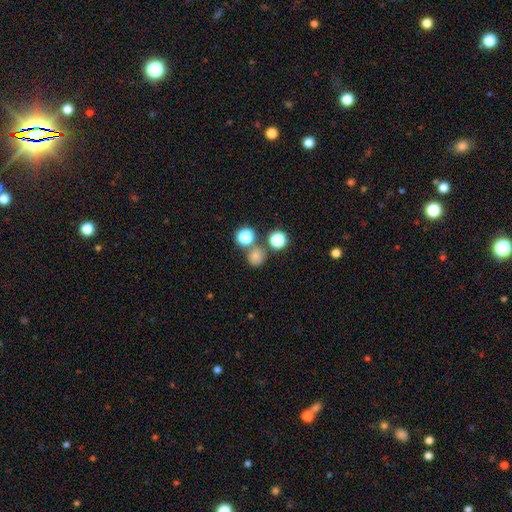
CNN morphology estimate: A smooth galaxy with no disk features (70%) that is round (83%).

Vote fractions:
- Smooth or featured? smooth: 70% / star or artifact: 21% / featured or disk: 9%
- How rounded? round: 83% / in between: 16% / cigar-shaped: 1%
- Merging? none: 66% / merger: 20% / minor disturbance: 10% / major disturbance: 4%